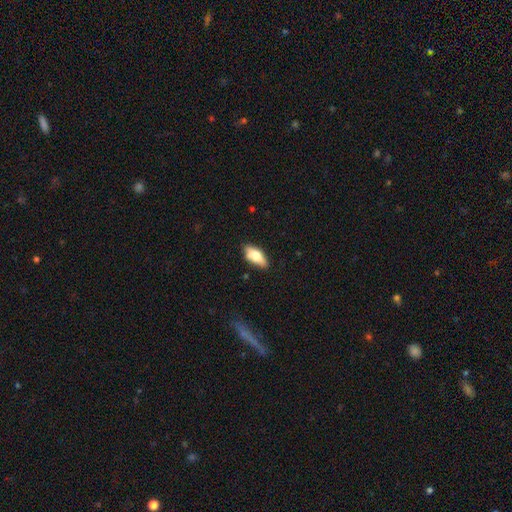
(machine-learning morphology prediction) smooth_or_featured: smooth (p=0.64) [alt: featured or disk p=0.29]
how_rounded: in between (p=0.80) [alt: cigar-shaped p=0.16]
merging: none (p=0.78) [alt: minor disturbance p=0.16]